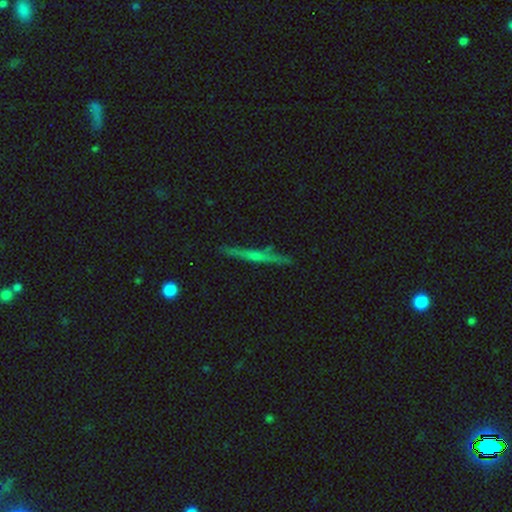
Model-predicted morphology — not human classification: Smooth or featured? Predicted: featured or disk (p=0.62). Edge-on disk? Predicted: yes (p=0.97). Edge-on bulge? Predicted: rounded (p=0.52). Merging? Predicted: none (p=0.88).